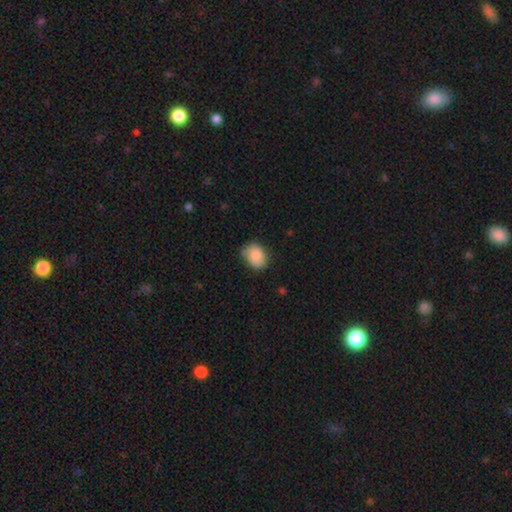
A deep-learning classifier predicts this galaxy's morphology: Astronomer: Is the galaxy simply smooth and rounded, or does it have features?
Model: smooth — 85%.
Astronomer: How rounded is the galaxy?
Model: in between — 62% (runner-up: round, 37%).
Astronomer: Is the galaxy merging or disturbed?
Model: none — 68%.